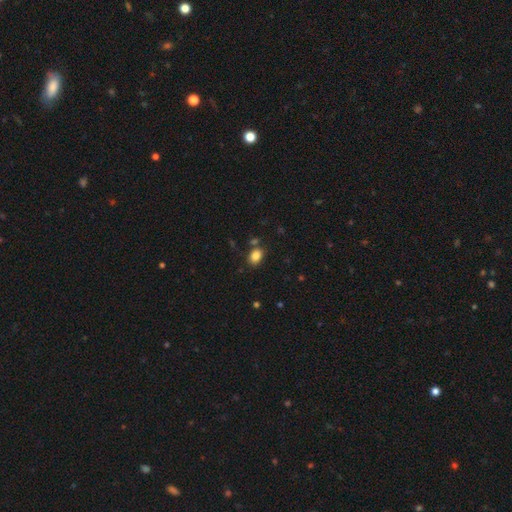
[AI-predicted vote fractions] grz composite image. It shows a smooth galaxy with no disk features (85%) that is in between round and cigar-shaped (73%). Merging: none (75%).